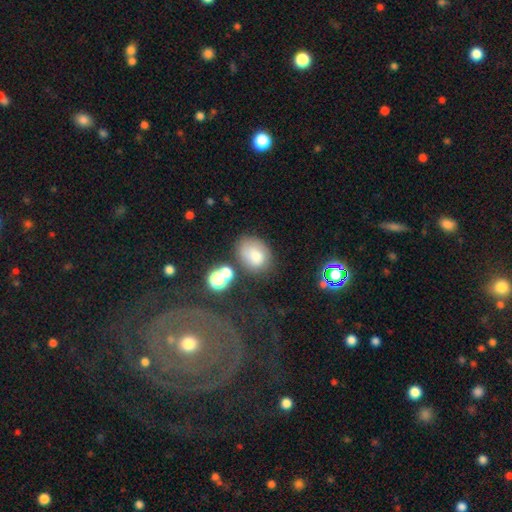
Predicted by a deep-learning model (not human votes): Q: Smooth or featured?
A: smooth (72%); runner-up: featured or disk (15%)
Q: How rounded?
A: in between (61%); runner-up: round (38%)
Q: Merging?
A: none (62%); runner-up: minor disturbance (20%)